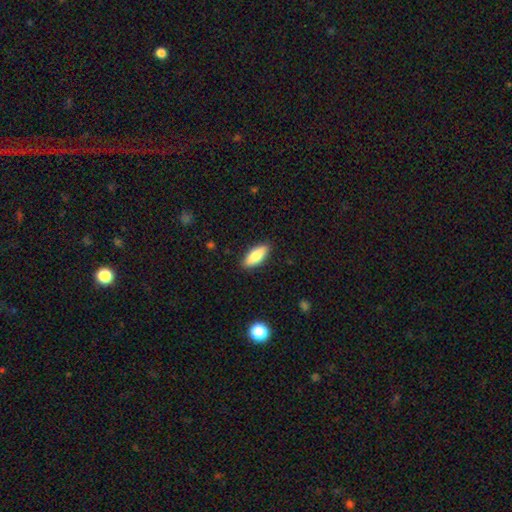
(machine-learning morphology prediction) smooth 76%, featured or disk 18%, star or artifact 6%. Down the decision tree: how rounded — in between (68%); merging — none (89%).